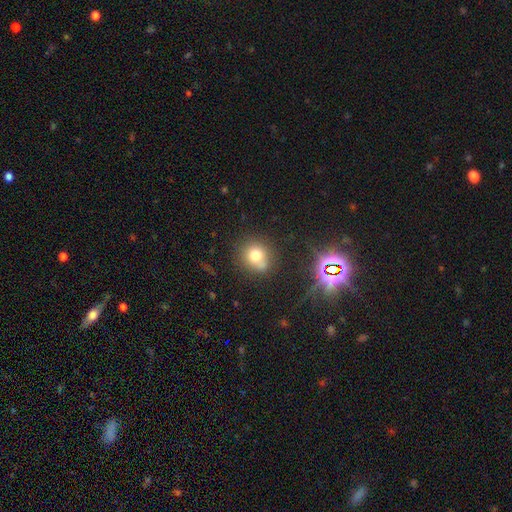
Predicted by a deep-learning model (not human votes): Smooth or featured?
  - smooth: 72% *
  - star or artifact: 16%
  - featured or disk: 12%
How rounded?
  - round: 80% *
  - in between: 19%
  - cigar-shaped: 1%
Merging?
  - none: 68% *
  - minor disturbance: 16%
  - merger: 10%
  - major disturbance: 5%